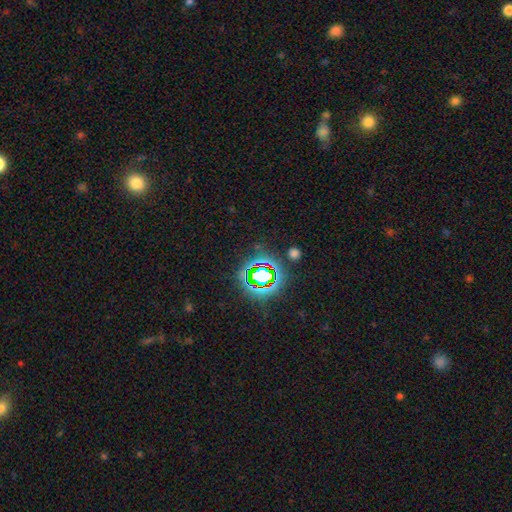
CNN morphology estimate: smooth-or-featured: star or artifact: 70% | smooth: 21% | featured or disk: 9%